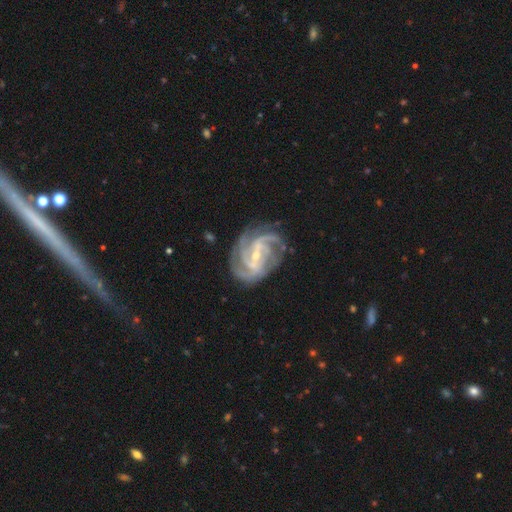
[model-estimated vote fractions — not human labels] smooth-or-featured: featured or disk: 92% | star or artifact: 5% | smooth: 3%
  disk-edge-on: no: 98% | yes: 2%
    bar: weak: 42% | strong: 41% | no: 17%
    has-spiral-arms: yes: 98% | no: 2%
      spiral-winding: tight: 47% | medium: 43% | loose: 10%
      spiral-arm-count: 3: 32% | 4: 28% | 2: 14% | can't tell: 12% | more than 4: 7% | 1: 6%
    bulge-size: small: 69% | moderate: 28% | none: 2% | large: 1% | dominant: 1%
  merging: none: 74% | minor disturbance: 17% | major disturbance: 8% | merger: 2%